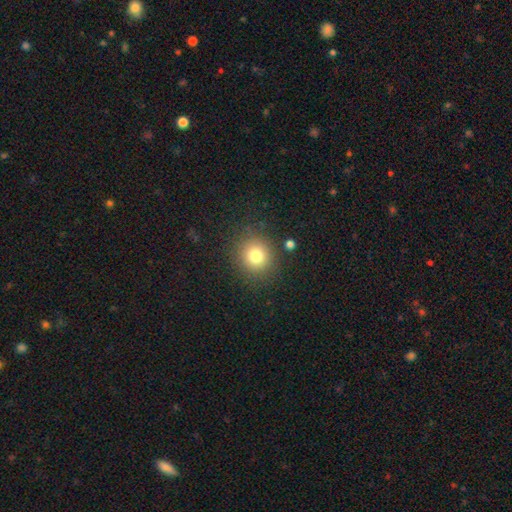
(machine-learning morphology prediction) Q: Smooth or featured?
A: smooth (78%); runner-up: star or artifact (14%)
Q: How rounded?
A: round (88%); runner-up: in between (11%)
Q: Merging?
A: none (86%); runner-up: minor disturbance (8%)